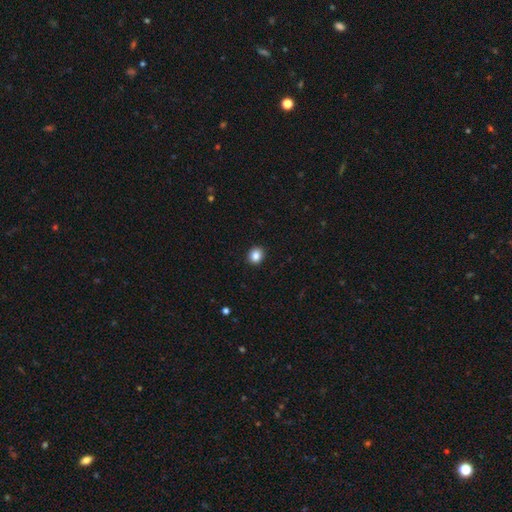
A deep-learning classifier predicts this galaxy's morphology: Overall: smooth (86%). How rounded: round (76%). Merging: none (93%).